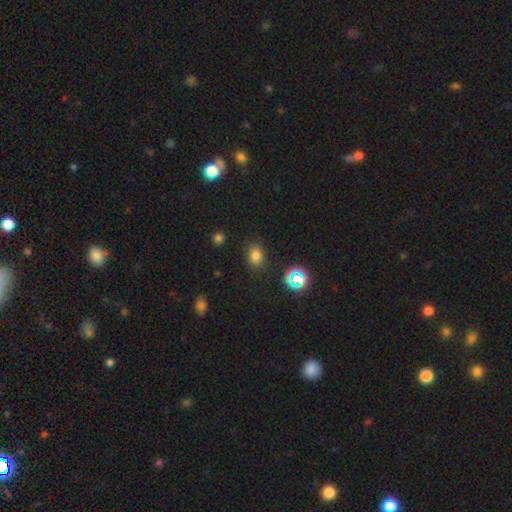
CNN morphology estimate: Smooth or featured?
  - smooth: 74% *
  - star or artifact: 19%
  - featured or disk: 7%
How rounded?
  - in between: 58% *
  - round: 41%
  - cigar-shaped: 1%
Merging?
  - none: 83% *
  - minor disturbance: 12%
  - major disturbance: 3%
  - merger: 2%